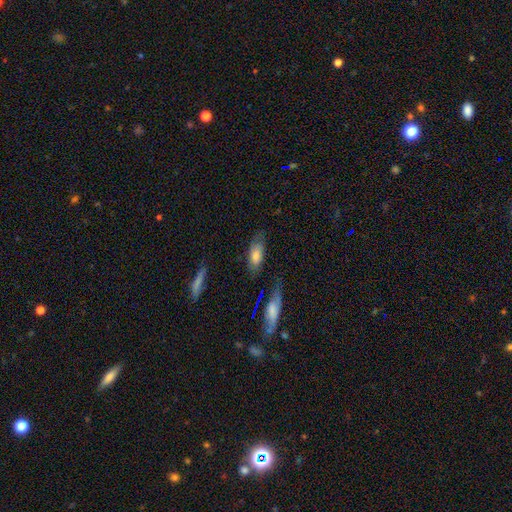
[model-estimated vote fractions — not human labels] A smooth galaxy with no disk features (74%) that is in between round and cigar-shaped (79%).

Vote fractions:
- Smooth or featured? smooth: 74% / featured or disk: 19% / star or artifact: 7%
- How rounded? in between: 79% / cigar-shaped: 18% / round: 3%
- Merging? none: 67% / minor disturbance: 22% / major disturbance: 7% / merger: 4%